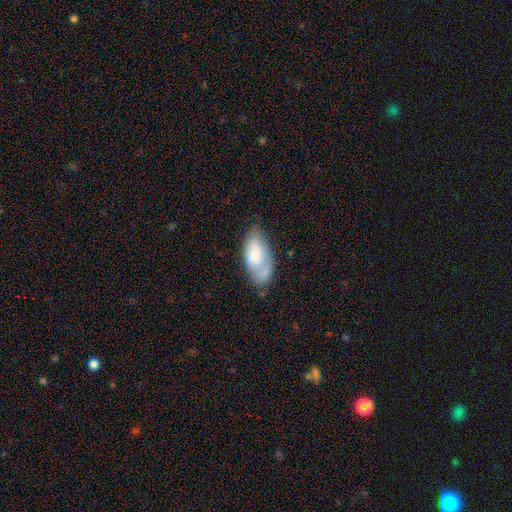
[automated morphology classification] smooth 70%, featured or disk 24%, star or artifact 7%. Down the decision tree: how rounded — in between (93%); merging — none (53%).